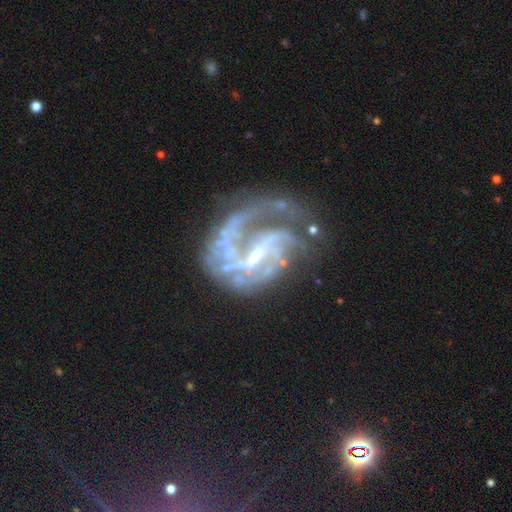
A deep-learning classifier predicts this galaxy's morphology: type=featured or disk (88%); edge-on=no (98%); bar=weak (48%); spiral arms=yes (94%); winding=medium (46%); arm count=2 (37%); bulge=small (70%); merging=none (43%).